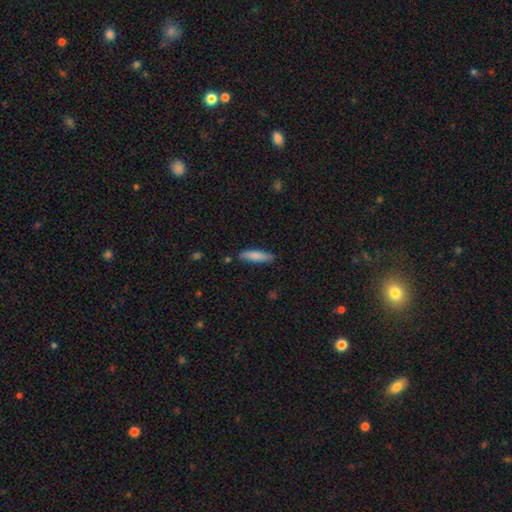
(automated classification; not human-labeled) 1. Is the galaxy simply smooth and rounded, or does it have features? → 81% smooth, 12% featured or disk, 6% star or artifact.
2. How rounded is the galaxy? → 68% cigar-shaped, 31% in between, 2% round.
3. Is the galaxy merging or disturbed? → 82% none, 13% minor disturbance, 2% major disturbance, 2% merger.